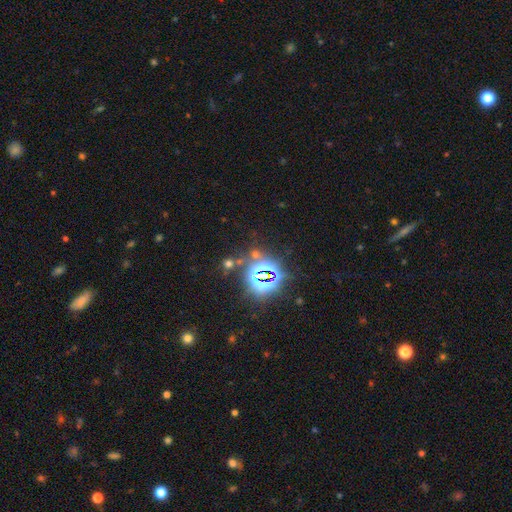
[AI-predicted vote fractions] smooth_or_featured: star or artifact (p=0.78) [alt: smooth p=0.14]